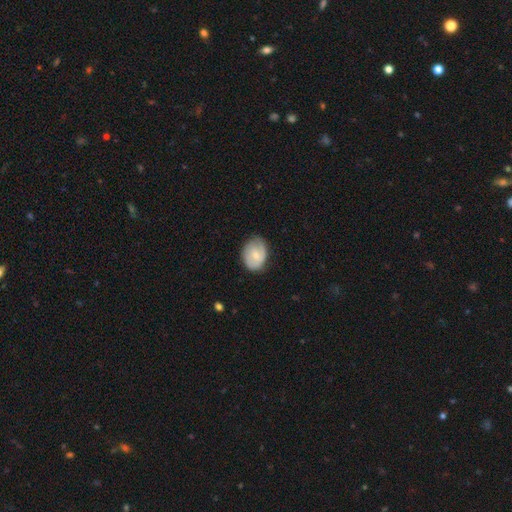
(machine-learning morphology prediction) type=smooth (61%); roundness=in between (64%); merging=none (67%).